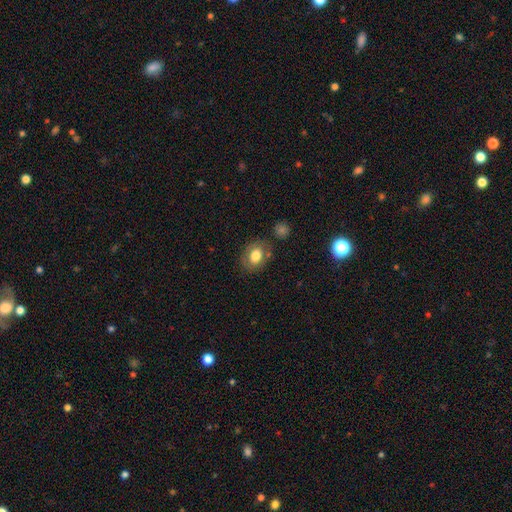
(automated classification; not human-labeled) smooth-or-featured: smooth: 75% | featured or disk: 17% | star or artifact: 8%
  how-rounded: in between: 58% | round: 41% | cigar-shaped: 1%
  merging: none: 75% | minor disturbance: 14% | merger: 6% | major disturbance: 5%